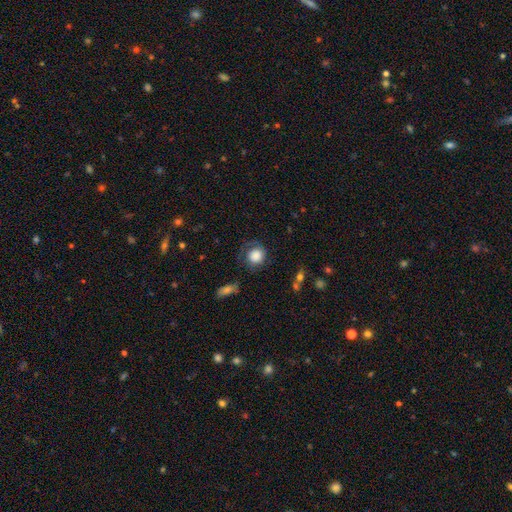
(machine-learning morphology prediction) This is likely a smooth galaxy (71%). How rounded: clearly round (81%). Merging: possibly none (53%).